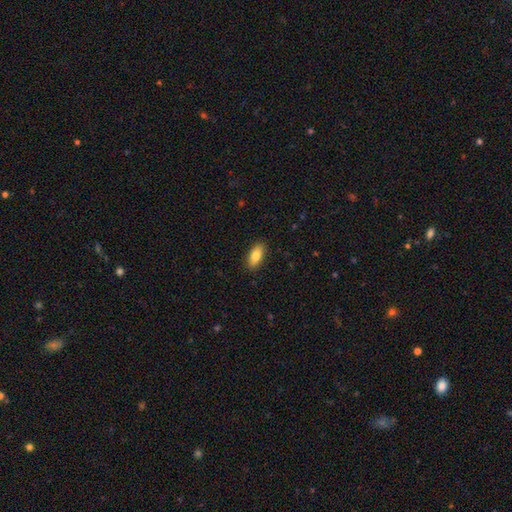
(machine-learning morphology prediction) smooth 82%, featured or disk 11%, star or artifact 7%. Down the decision tree: how rounded — in between (89%); merging — none (88%).